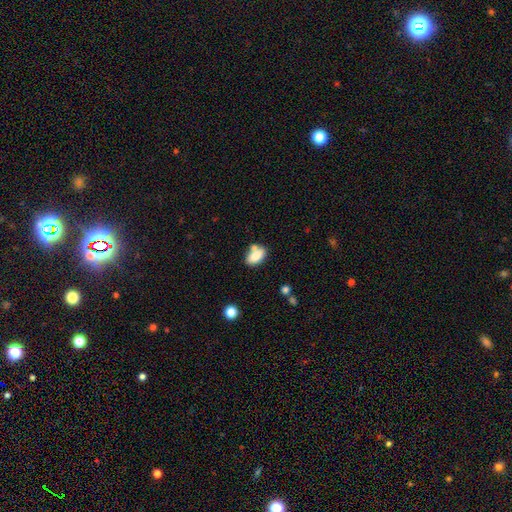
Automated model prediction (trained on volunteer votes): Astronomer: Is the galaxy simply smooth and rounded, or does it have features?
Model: smooth — 81%.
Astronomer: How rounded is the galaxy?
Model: in between — 90%.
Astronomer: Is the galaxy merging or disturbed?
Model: none — 59%.